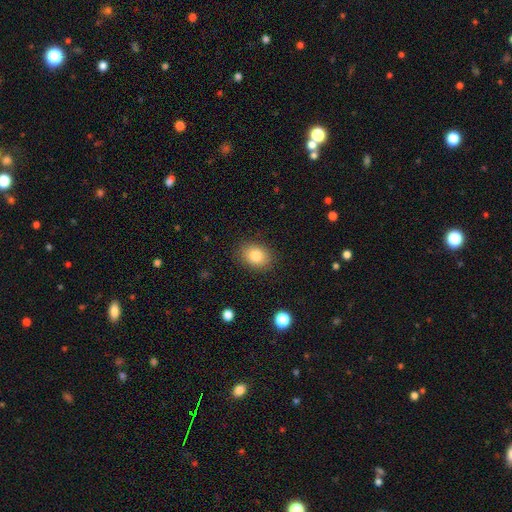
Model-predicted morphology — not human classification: This appears to be a smooth galaxy with no disk features (83%) that is in between round and cigar-shaped (62%). Merging: none (87%).